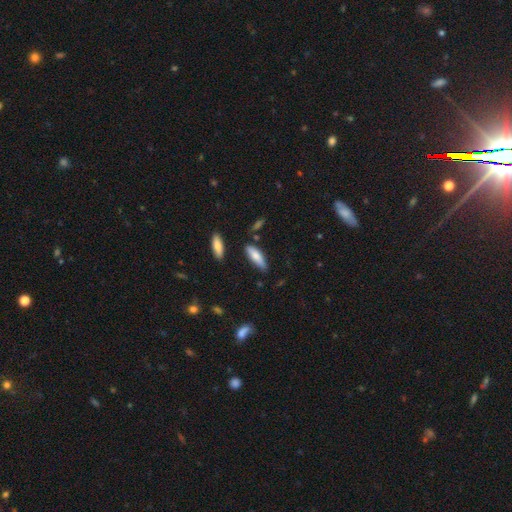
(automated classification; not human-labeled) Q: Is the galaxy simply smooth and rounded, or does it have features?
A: smooth — 77%.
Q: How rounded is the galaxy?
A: cigar-shaped — 51%.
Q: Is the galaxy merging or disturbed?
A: none — 77%.